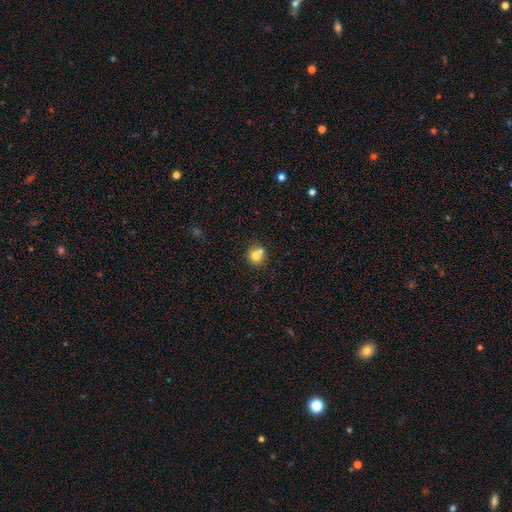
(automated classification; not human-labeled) Smooth or featured: smooth — 75% (featured or disk — 13%)
How rounded: round — 86% (in between — 13%)
Merging: none — 53% (merger — 37%)